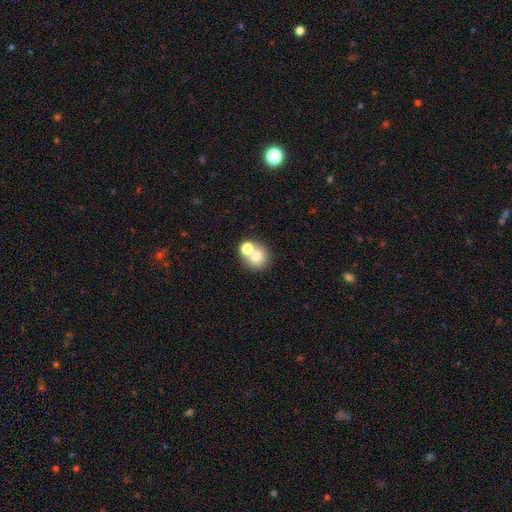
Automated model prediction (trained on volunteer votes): smooth 73%, featured or disk 16%, star or artifact 12%. Down the decision tree: how rounded — round (84%); merging — none (46%).